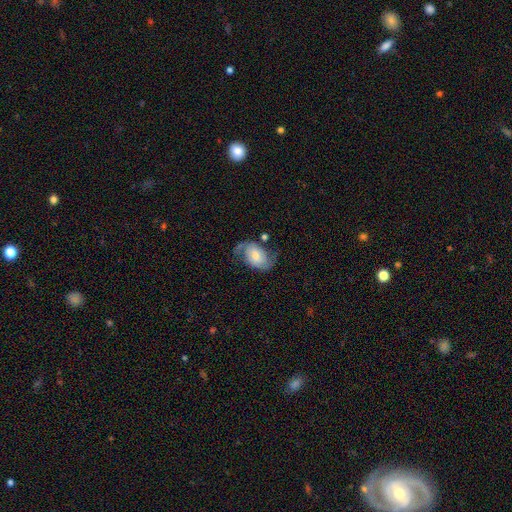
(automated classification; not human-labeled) This appears to be a featured or disk galaxy (70%) with no bar (48%), 2 (89%) loose (48%) spiral arms (91%) and a moderate central bulge (42%). Merging: none (57%).